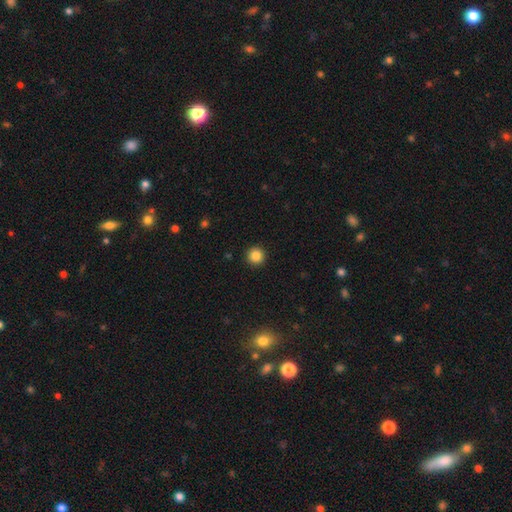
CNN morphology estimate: Smooth or featured? smooth (85%)
How rounded? round (96%)
Merging? none (93%)